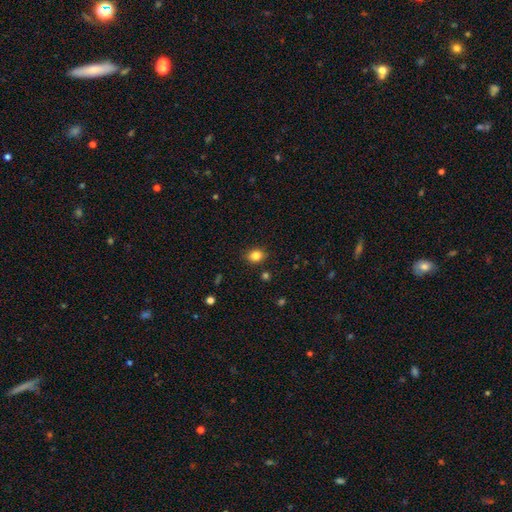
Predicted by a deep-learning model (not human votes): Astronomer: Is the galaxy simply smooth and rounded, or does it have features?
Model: smooth — 84%.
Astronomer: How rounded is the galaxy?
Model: round — 53% (runner-up: in between, 46%).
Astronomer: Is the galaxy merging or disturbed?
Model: none — 85%.